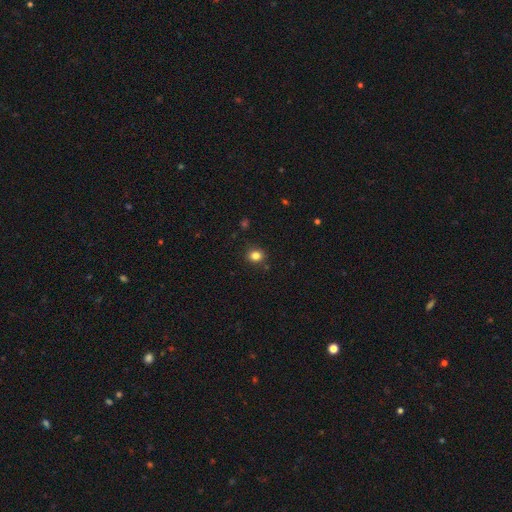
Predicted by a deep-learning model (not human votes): This appears to be a smooth galaxy with no disk features (83%) that is round (71%). Merging: none (88%).